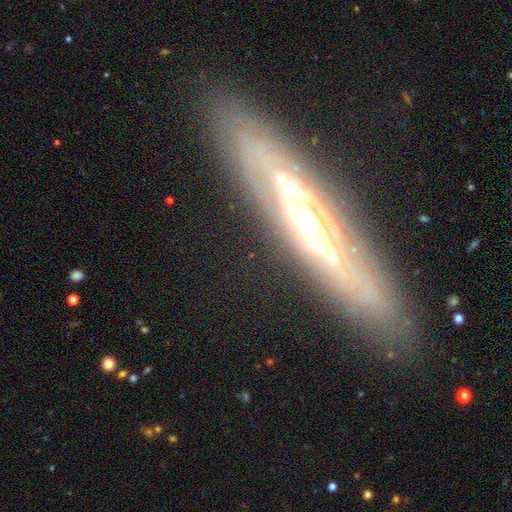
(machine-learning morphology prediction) Smooth or featured? Predicted: featured or disk (p=0.80). Edge-on disk? Predicted: yes (p=0.64). Edge-on bulge? Predicted: rounded (p=0.77). Merging? Predicted: none (p=0.85).